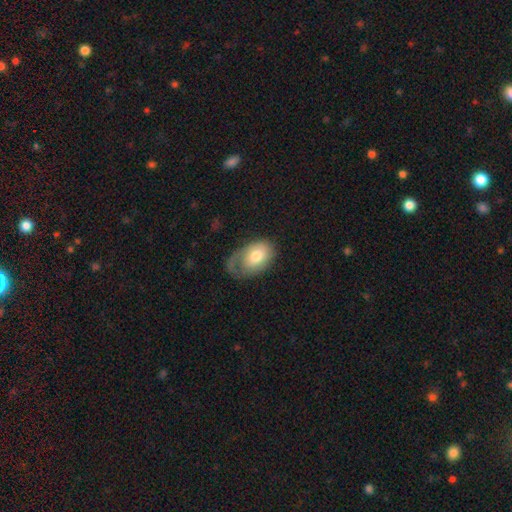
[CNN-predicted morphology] type=smooth (64%); roundness=in between (87%); merging=none (35%).